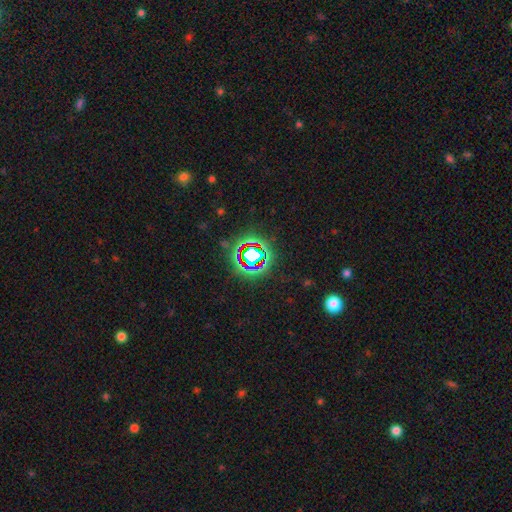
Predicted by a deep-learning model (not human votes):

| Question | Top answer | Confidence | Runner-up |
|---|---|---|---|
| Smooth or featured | star or artifact | 76% | smooth (13%) |